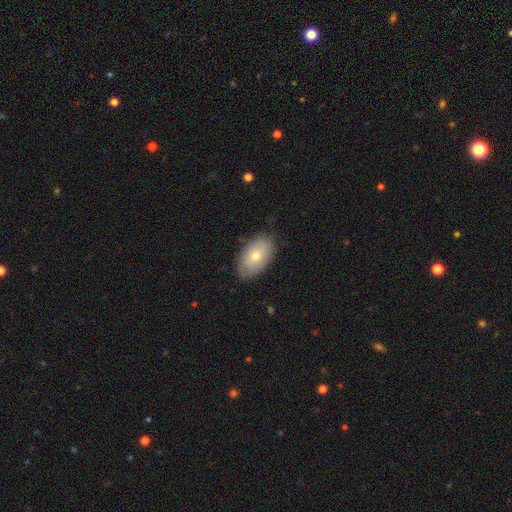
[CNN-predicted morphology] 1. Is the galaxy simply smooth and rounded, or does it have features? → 71% smooth, 22% featured or disk, 7% star or artifact.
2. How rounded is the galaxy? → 93% in between, 6% round, 1% cigar-shaped.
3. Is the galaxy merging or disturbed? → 84% none, 13% minor disturbance, 3% major disturbance, 1% merger.